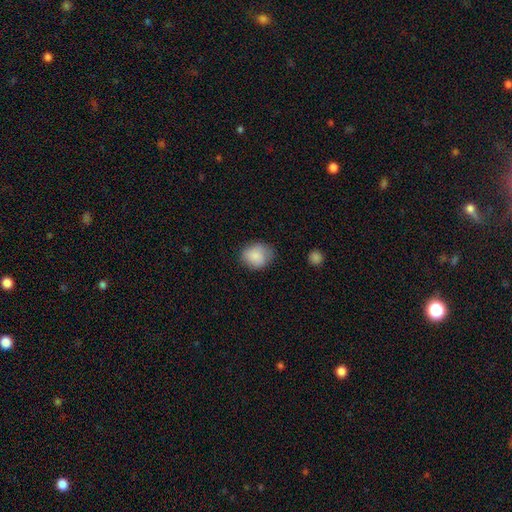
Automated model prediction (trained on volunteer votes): Smooth or featured? smooth (86%)
How rounded? round (60%)
Merging? none (66%)